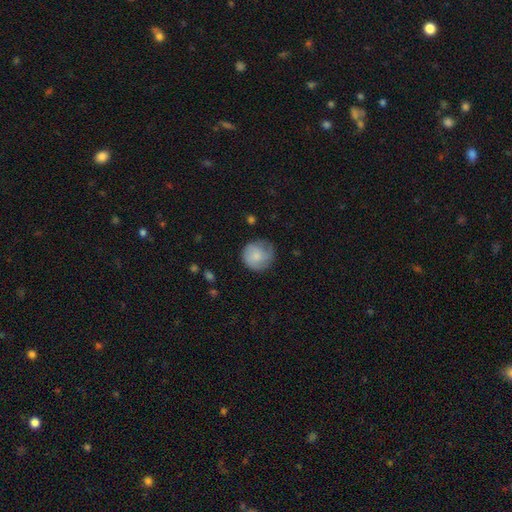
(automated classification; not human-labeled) Smooth or featured? Predicted: smooth (p=0.70). How rounded? Predicted: round (p=0.91). Merging? Predicted: none (p=0.67).